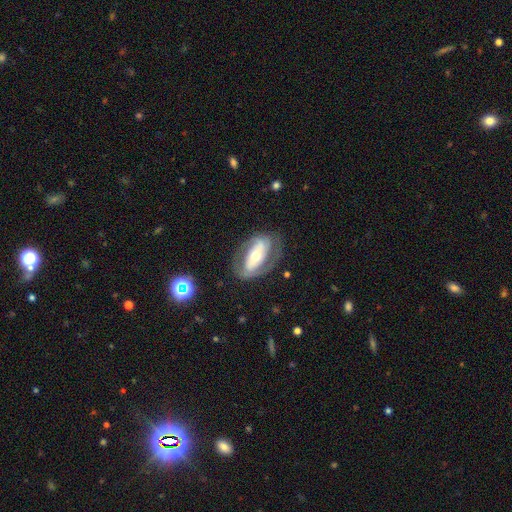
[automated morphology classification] Smooth or featured: featured or disk — 71% (smooth — 23%)
Edge-on disk: no — 91% (yes — 9%)
Bar: strong — 39% (tied with no — 39%)
Spiral arms: yes — 70% (no — 30%)
Bulge size: moderate — 58% (small — 32%)
Merging: none — 69% (minor disturbance — 18%)